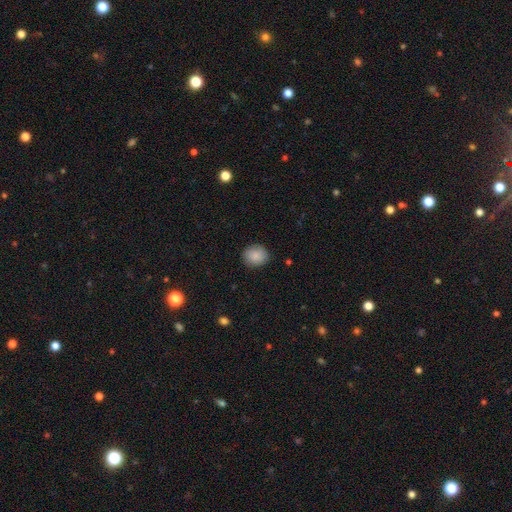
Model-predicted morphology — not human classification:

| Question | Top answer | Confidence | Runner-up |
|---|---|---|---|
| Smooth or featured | smooth | 88% | star or artifact (7%) |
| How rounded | round | 70% | in between (29%) |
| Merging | none | 86% | minor disturbance (10%) |